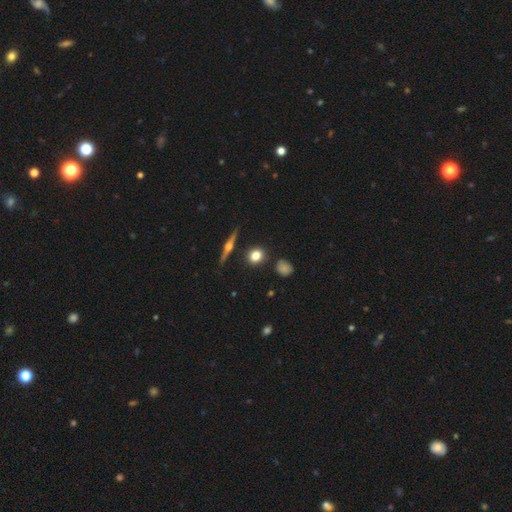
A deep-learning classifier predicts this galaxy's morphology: Smooth or featured? Predicted: smooth (p=0.70). How rounded? Predicted: round (p=0.75). Merging? Predicted: none (p=0.86).